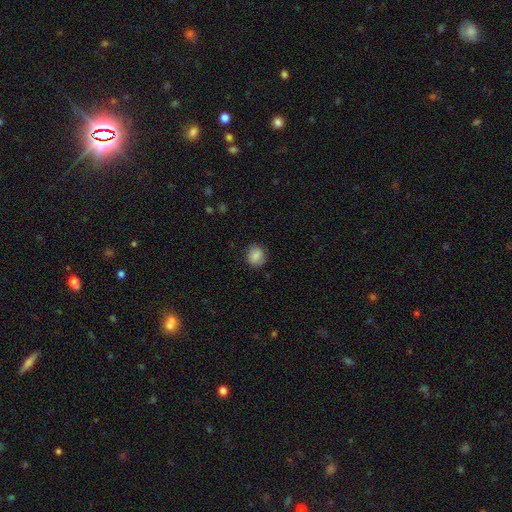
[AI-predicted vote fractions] A smooth galaxy with no disk features (87%) that is round (77%). Merging: none (86%).